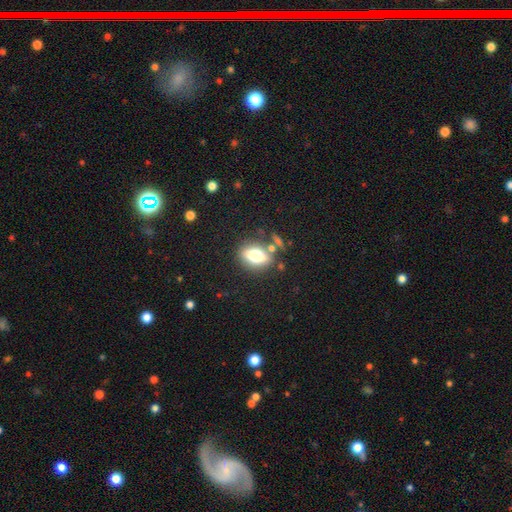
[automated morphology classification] Overall: smooth (70%). How rounded: in between (74%). Merging: none (71%).